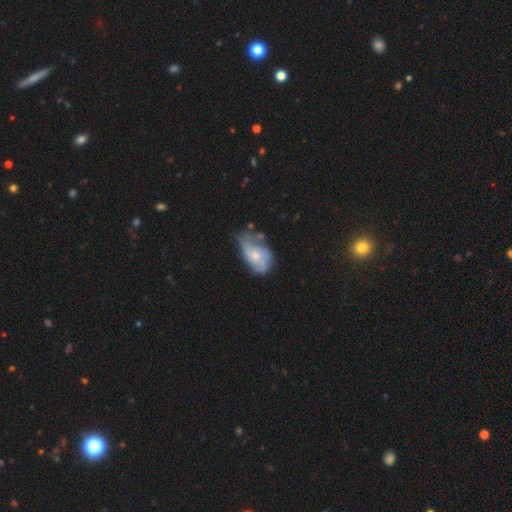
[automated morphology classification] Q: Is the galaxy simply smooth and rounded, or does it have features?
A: featured or disk — 56%.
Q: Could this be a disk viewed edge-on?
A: no — 95%.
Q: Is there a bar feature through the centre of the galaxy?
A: no — 78%.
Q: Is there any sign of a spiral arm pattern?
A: yes — 65%.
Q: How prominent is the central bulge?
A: moderate — 48%.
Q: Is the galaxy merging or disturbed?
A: minor disturbance — 38%.